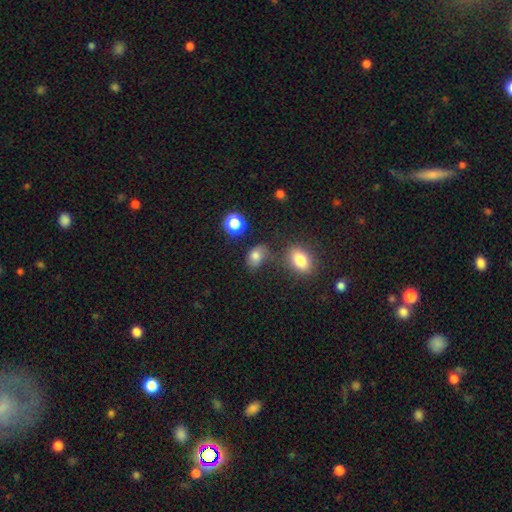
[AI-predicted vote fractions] This is likely a smooth galaxy (77%). How rounded: likely in between (78%). Merging: possibly none (57%).